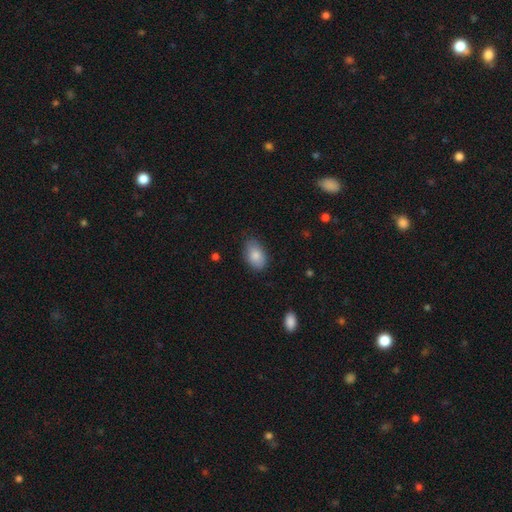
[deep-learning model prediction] smooth 84%, featured or disk 10%, star or artifact 7%. Down the decision tree: how rounded — in between (91%); merging — none (77%).